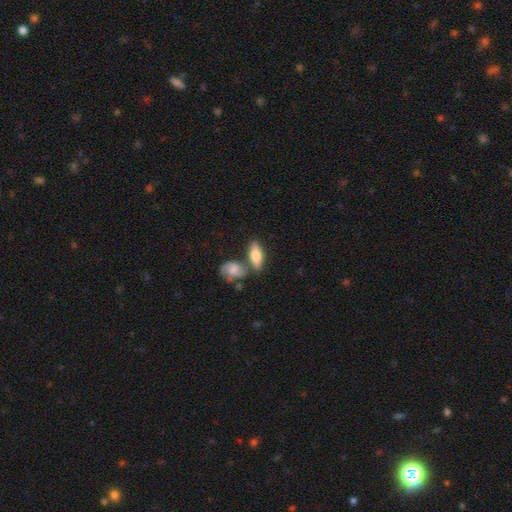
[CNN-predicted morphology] Smooth or featured: smooth — 65% (featured or disk — 28%)
How rounded: in between — 70% (cigar-shaped — 26%)
Merging: none — 55% (merger — 27%)